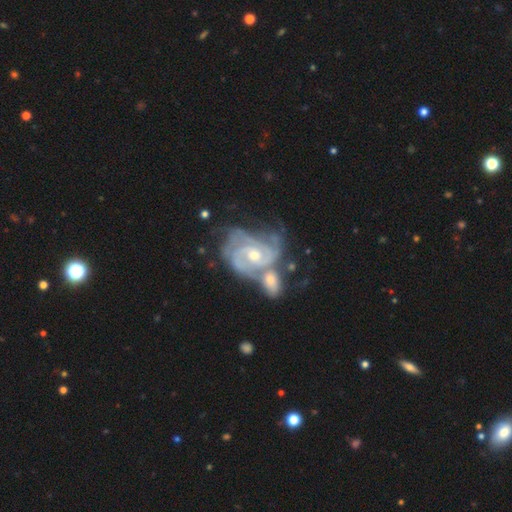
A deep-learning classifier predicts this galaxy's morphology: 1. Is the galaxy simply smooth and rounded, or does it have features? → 87% featured or disk, 7% star or artifact, 6% smooth.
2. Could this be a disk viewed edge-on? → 97% no, 3% yes.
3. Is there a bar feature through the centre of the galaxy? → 55% no, 34% weak, 11% strong.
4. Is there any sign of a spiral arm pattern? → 96% yes, 4% no.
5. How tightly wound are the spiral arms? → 61% tight, 31% medium, 7% loose.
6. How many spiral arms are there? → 29% 3, 27% can't tell, 21% 2, 12% 4, 6% more than 4, 6% 1.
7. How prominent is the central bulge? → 57% moderate, 38% small, 2% large, 1% none, 1% dominant.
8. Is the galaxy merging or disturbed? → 55% merger, 24% none, 11% minor disturbance, 9% major disturbance.